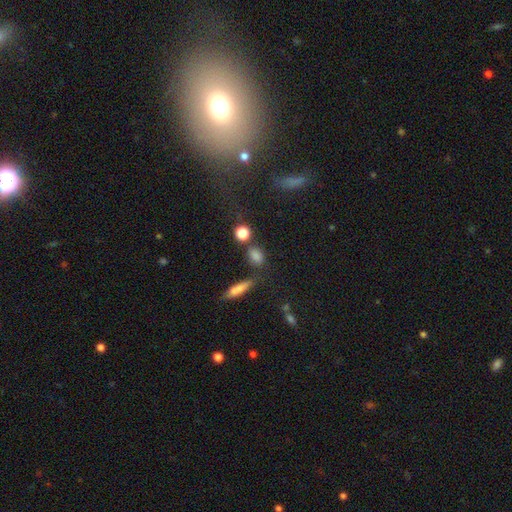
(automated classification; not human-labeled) Smooth or featured? smooth (77%)
How rounded? in between (47%)
Merging? none (72%)